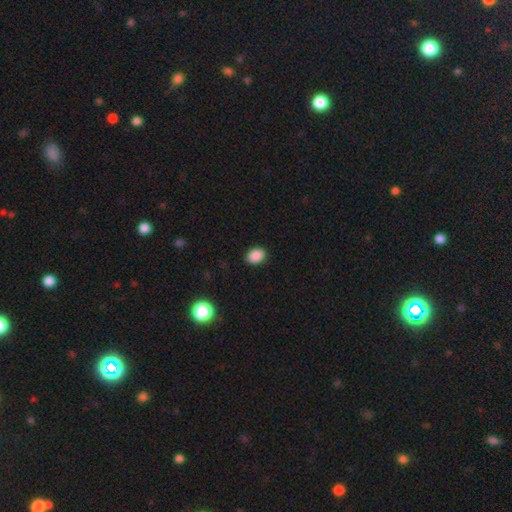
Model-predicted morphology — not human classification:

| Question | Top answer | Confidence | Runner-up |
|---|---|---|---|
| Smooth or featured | smooth | 89% | star or artifact (9%) |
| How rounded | in between | 71% | round (28%) |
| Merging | none | 89% | minor disturbance (8%) |